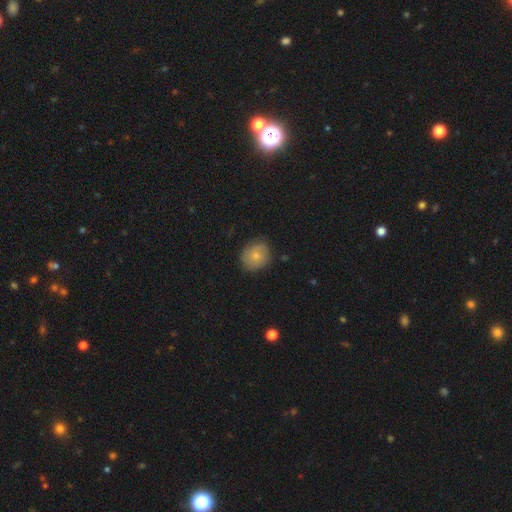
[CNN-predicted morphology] This appears to be a smooth galaxy with no disk features (73%) that is round (80%). Merging: none (79%).